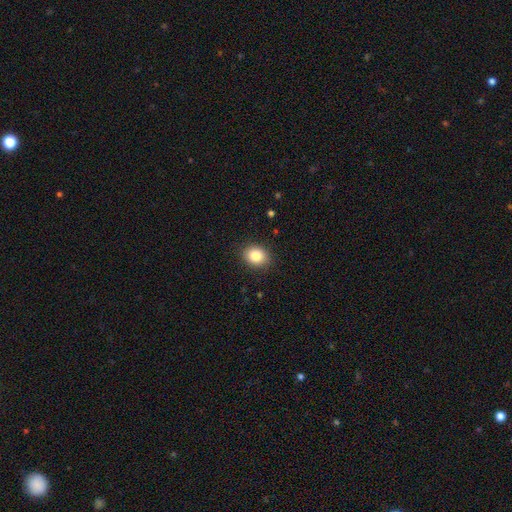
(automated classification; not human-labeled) Morphology: type=smooth (84%); roundness=round (55%); merging=none (88%).